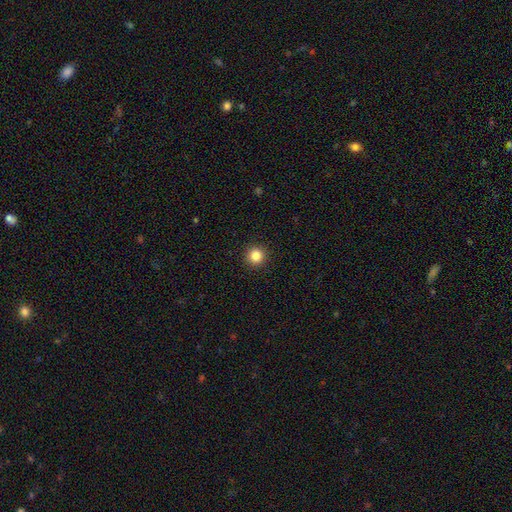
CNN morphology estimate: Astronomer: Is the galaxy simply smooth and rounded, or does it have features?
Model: smooth — 84%.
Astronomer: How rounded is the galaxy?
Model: round — 95%.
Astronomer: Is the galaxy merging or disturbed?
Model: none — 93%.